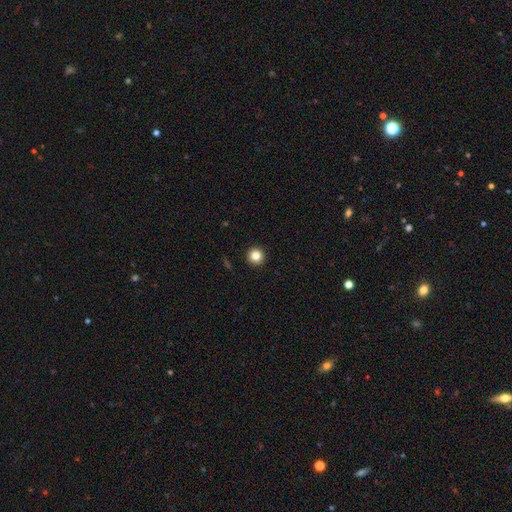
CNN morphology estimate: type=smooth (83%); roundness=round (96%); merging=none (94%).